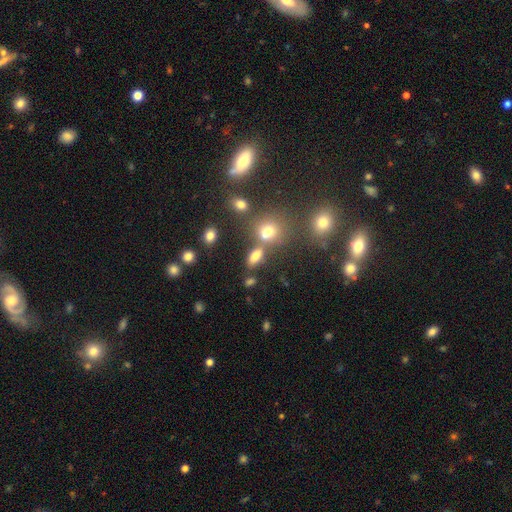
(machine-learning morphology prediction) Smooth or featured: smooth — 72% (star or artifact — 15%)
How rounded: in between — 80% (round — 12%)
Merging: none — 62% (merger — 21%)